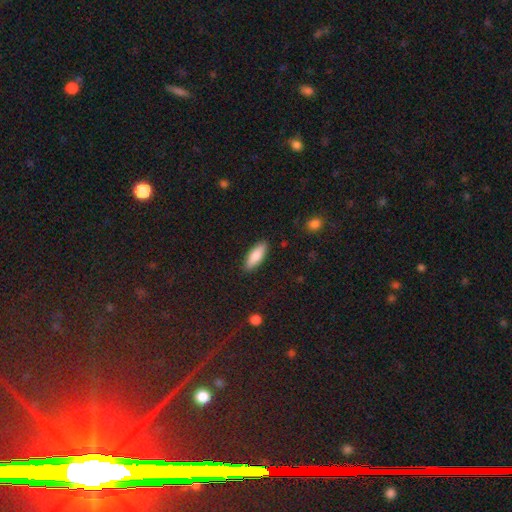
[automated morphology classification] Smooth or featured: smooth — 82% (featured or disk — 12%)
How rounded: in between — 64% (cigar-shaped — 34%)
Merging: none — 88% (minor disturbance — 8%)